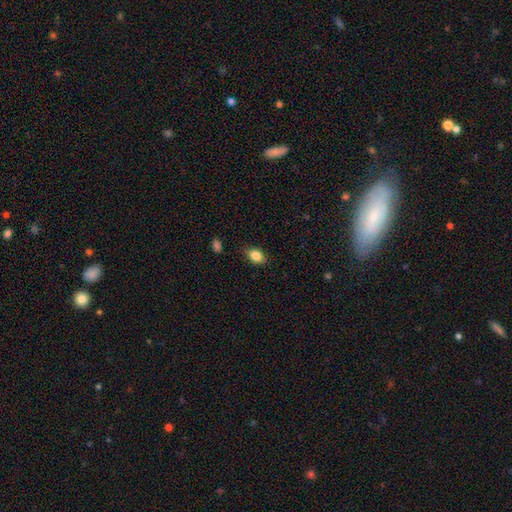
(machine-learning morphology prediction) Q: Smooth or featured?
A: smooth (85%); runner-up: star or artifact (9%)
Q: How rounded?
A: in between (81%); runner-up: round (17%)
Q: Merging?
A: none (83%); runner-up: minor disturbance (13%)